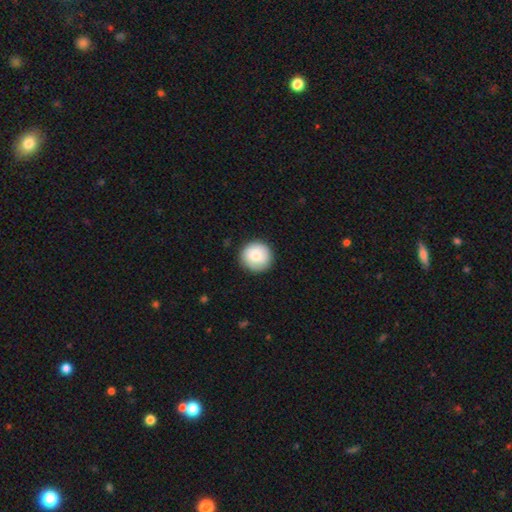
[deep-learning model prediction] Smooth or featured? smooth (80%)
How rounded? round (95%)
Merging? none (88%)